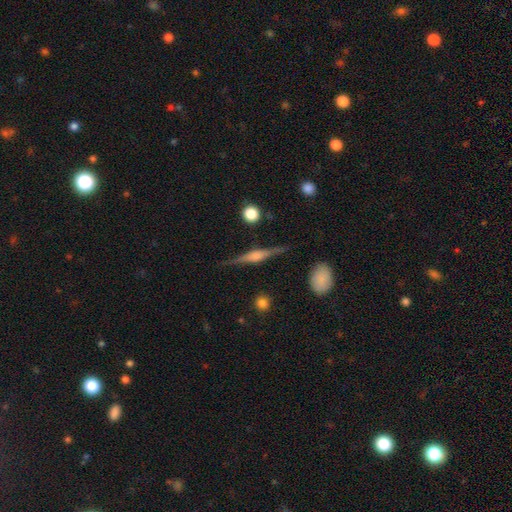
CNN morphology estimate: A featured or disk galaxy (81%) viewed edge-on (98%) with a rounded central bulge (74%). Merging: none (86%).